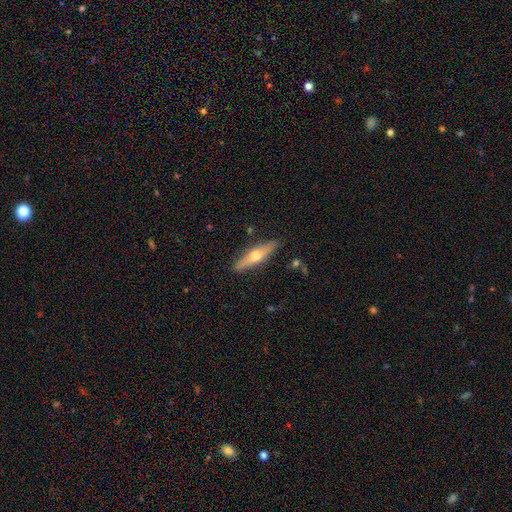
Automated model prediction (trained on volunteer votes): The model was most divided on "smooth or featured": featured or disk: 56%, smooth: 38%, star or artifact: 6%. More confident: edge-on bulge — rounded (93%); edge-on disk — yes (93%); merging — none (88%).